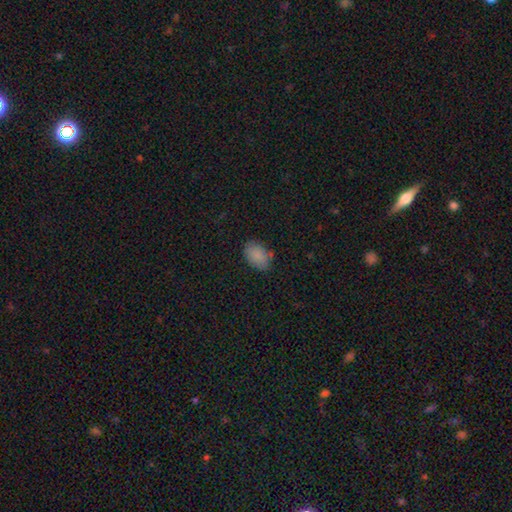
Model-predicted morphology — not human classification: Smooth or featured?
  - smooth: 86% *
  - star or artifact: 9%
  - featured or disk: 5%
How rounded?
  - in between: 87% *
  - round: 11%
  - cigar-shaped: 1%
Merging?
  - none: 80% *
  - minor disturbance: 15%
  - major disturbance: 3%
  - merger: 2%